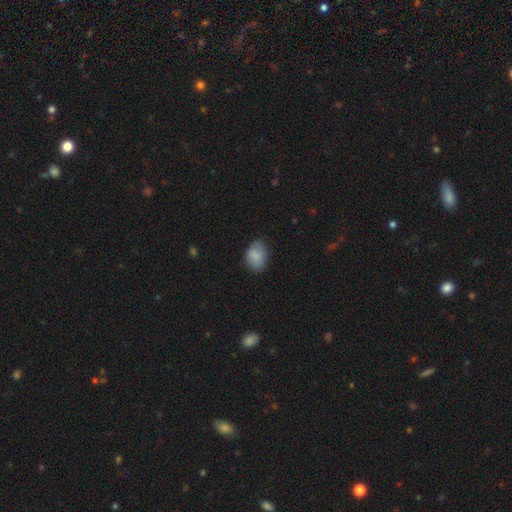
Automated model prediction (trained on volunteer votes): Q: Smooth or featured?
A: smooth (83%); runner-up: featured or disk (9%)
Q: How rounded?
A: in between (73%); runner-up: round (26%)
Q: Merging?
A: none (73%); runner-up: minor disturbance (21%)